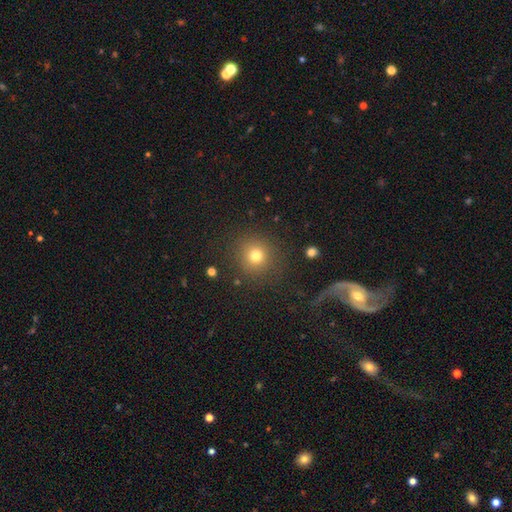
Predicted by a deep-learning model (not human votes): A smooth galaxy with no disk features (76%) that is round (93%). Merging: none (86%).